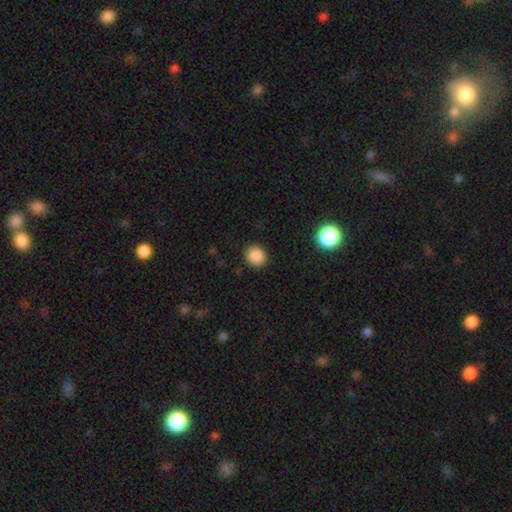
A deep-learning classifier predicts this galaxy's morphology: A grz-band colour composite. It shows a smooth galaxy with no disk features (86%) that is round (80%). Merging: none (89%).